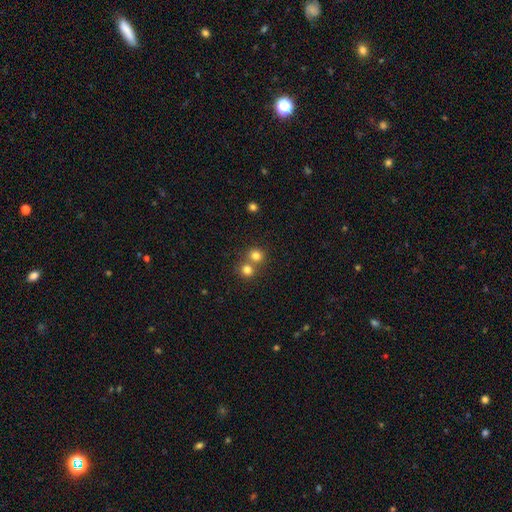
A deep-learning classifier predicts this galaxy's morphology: This appears to be a smooth galaxy with no disk features (79%) that is round (87%). Merging: none (52%).